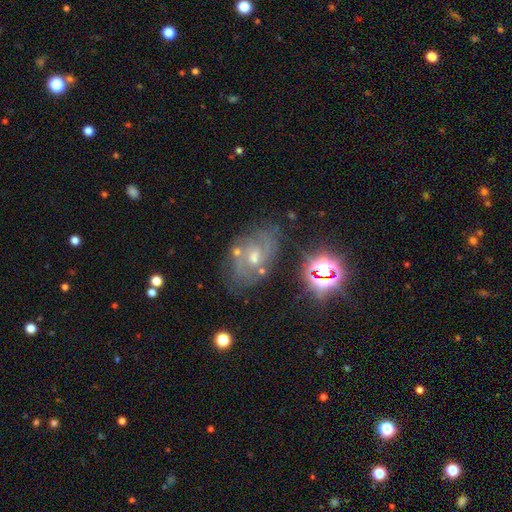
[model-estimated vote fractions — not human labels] A featured or disk galaxy (71%) with no bar (46%), 2 (60%) medium (44%) spiral arms (89%) and a moderate central bulge (51%). Merging: none (67%).